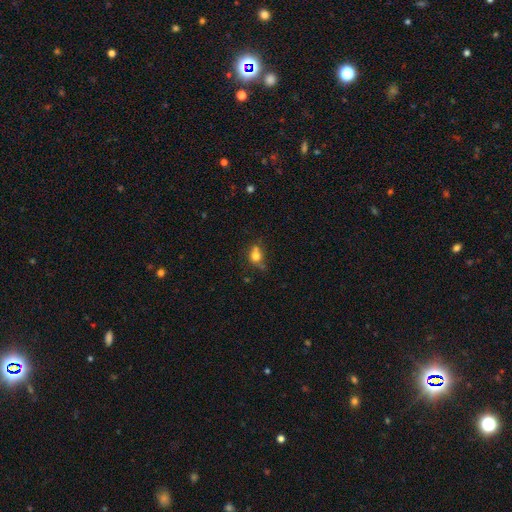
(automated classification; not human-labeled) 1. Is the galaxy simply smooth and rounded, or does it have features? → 73% smooth, 14% featured or disk, 13% star or artifact.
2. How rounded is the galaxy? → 68% round, 31% in between, 2% cigar-shaped.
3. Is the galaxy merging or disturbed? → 42% none, 26% merger, 21% minor disturbance, 11% major disturbance.